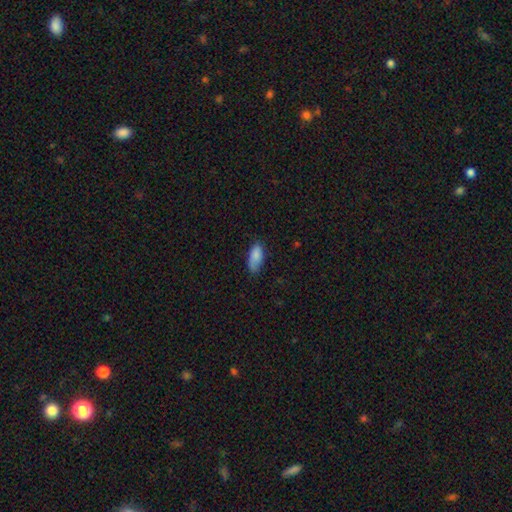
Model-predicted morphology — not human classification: A smooth galaxy with no disk features (86%) that is in between round and cigar-shaped (89%). Merging: none (66%).